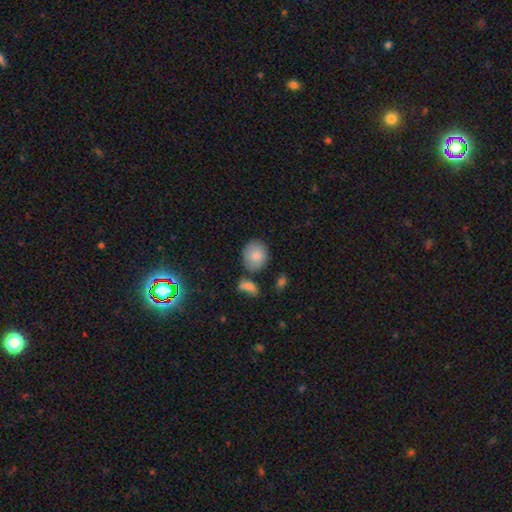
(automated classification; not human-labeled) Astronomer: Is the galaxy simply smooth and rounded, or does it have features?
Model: smooth — 83%.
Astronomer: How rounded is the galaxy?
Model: round — 59% (runner-up: in between, 40%).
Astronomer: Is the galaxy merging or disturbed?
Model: none — 70%.